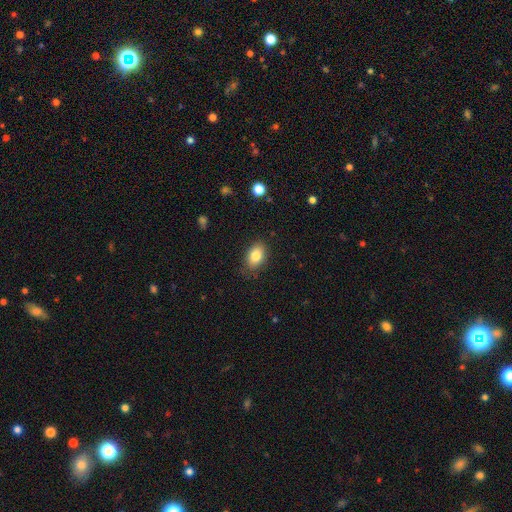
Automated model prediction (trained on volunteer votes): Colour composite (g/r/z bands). It shows a smooth galaxy with no disk features (82%) that is in between round and cigar-shaped (84%). Merging: none (83%).